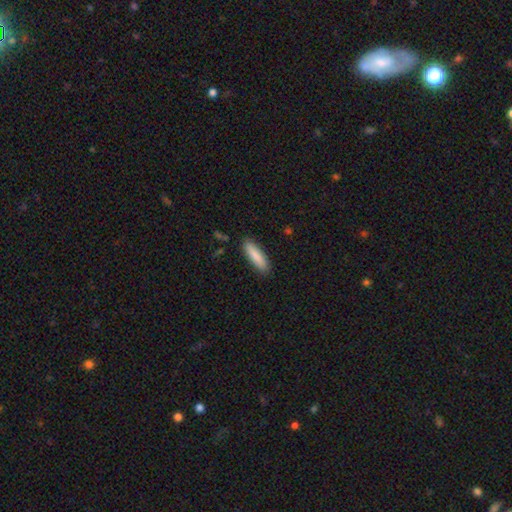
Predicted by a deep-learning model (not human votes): The model was most divided on "how rounded": cigar-shaped: 65%, in between: 33%, round: 1%. More confident: merging — none (87%); smooth or featured — smooth (86%).